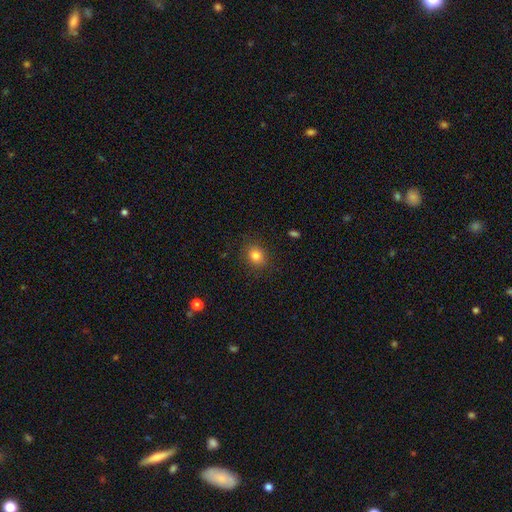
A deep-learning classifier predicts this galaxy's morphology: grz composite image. It shows a smooth galaxy with no disk features (82%) that is round (62%). Merging: none (88%).